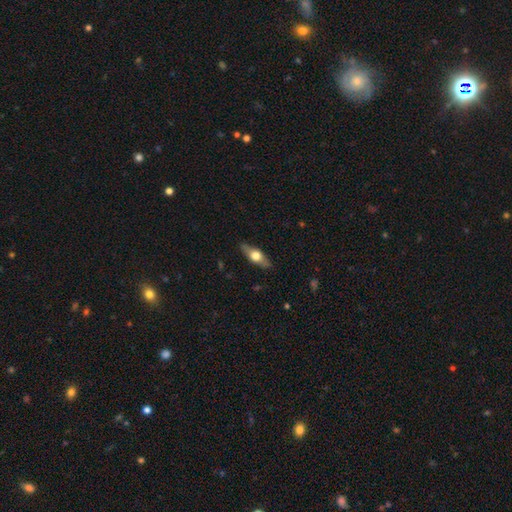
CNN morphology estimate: featured or disk 50%, smooth 44%, star or artifact 6%. Down the decision tree: merging — none (86%).